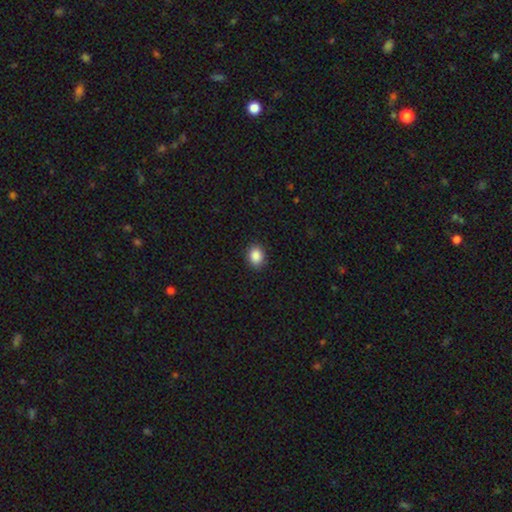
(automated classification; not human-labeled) Smooth or featured: smooth — 88% (star or artifact — 8%)
How rounded: in between — 53% (round — 46%)
Merging: none — 90% (minor disturbance — 7%)